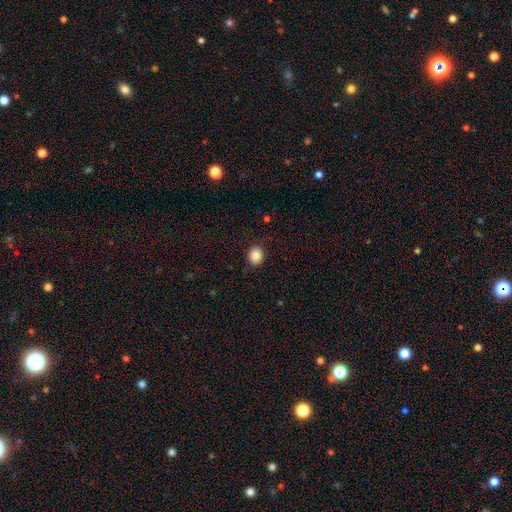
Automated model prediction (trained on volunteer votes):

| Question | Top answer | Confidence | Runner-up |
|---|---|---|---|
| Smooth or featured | smooth | 86% | star or artifact (9%) |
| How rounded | round | 62% | in between (37%) |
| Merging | none | 86% | minor disturbance (10%) |